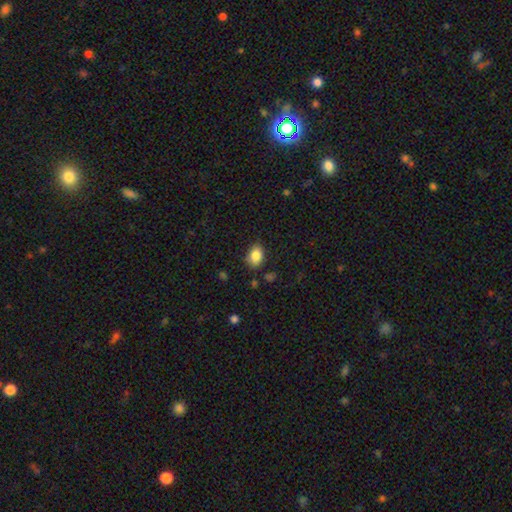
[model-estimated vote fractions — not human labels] smooth_or_featured: smooth (p=0.86) [alt: star or artifact p=0.09]
how_rounded: in between (p=0.77) [alt: round p=0.21]
merging: none (p=0.77) [alt: minor disturbance p=0.18]